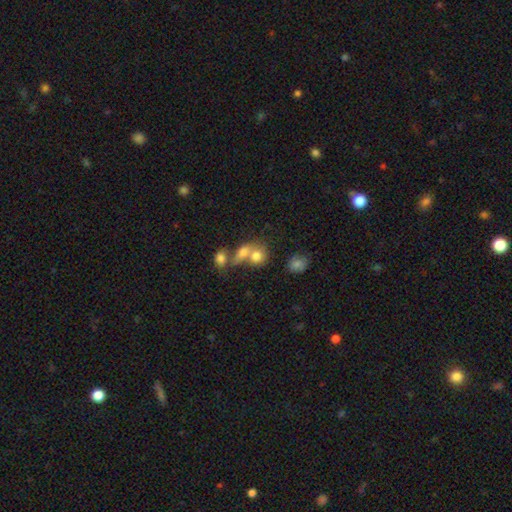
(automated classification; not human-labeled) Morphology: type=smooth (73%); roundness=round (58%); merging=merger (60%).